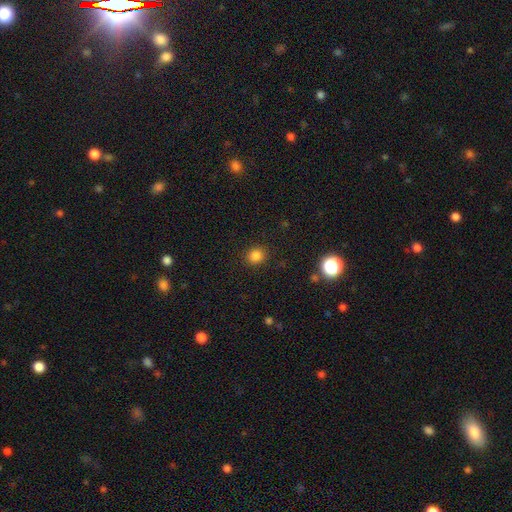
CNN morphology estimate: type=smooth (83%); roundness=round (81%); merging=none (89%).